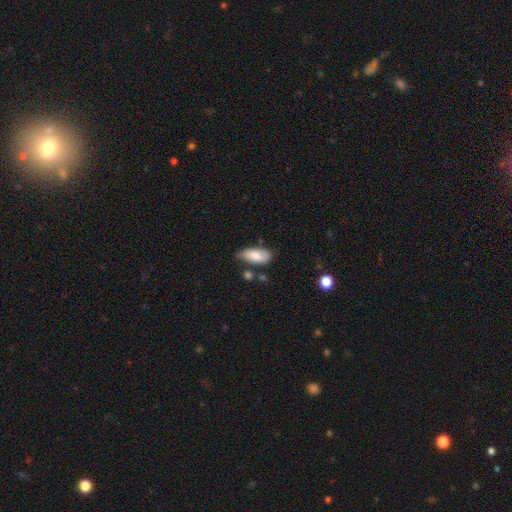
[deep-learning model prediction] Smooth or featured: smooth — 75% (featured or disk — 19%)
How rounded: in between — 91% (cigar-shaped — 6%)
Merging: none — 52% (minor disturbance — 34%)